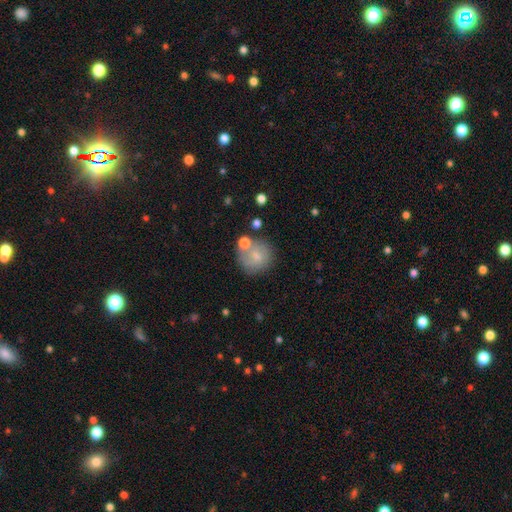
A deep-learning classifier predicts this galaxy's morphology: smooth 68%, featured or disk 23%, star or artifact 9%. Down the decision tree: how rounded — round (88%); merging — none (62%).